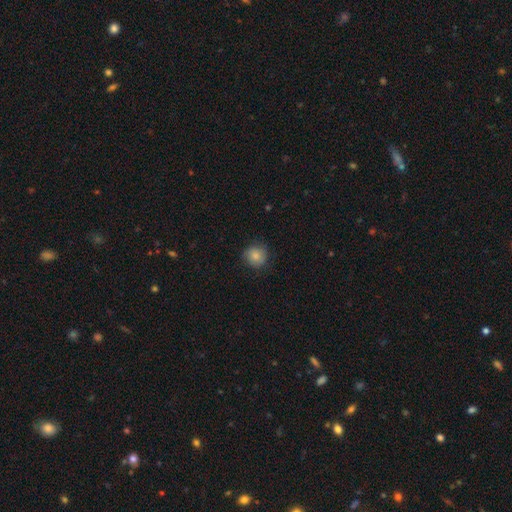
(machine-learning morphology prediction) A smooth galaxy with no disk features (82%) that is round (89%). Merging: none (80%).